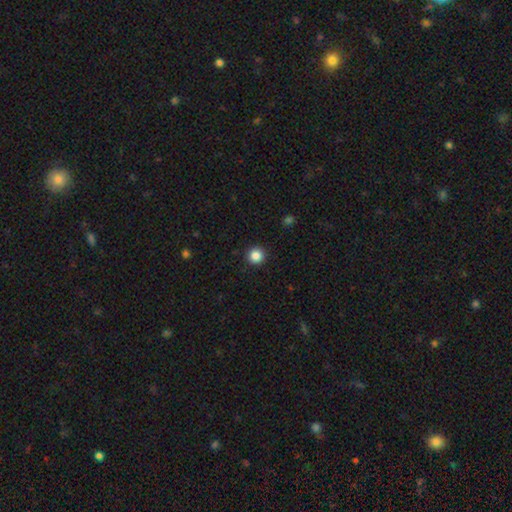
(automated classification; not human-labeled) This is clearly a smooth galaxy (86%). How rounded: clearly round (96%). Merging: clearly none (93%).